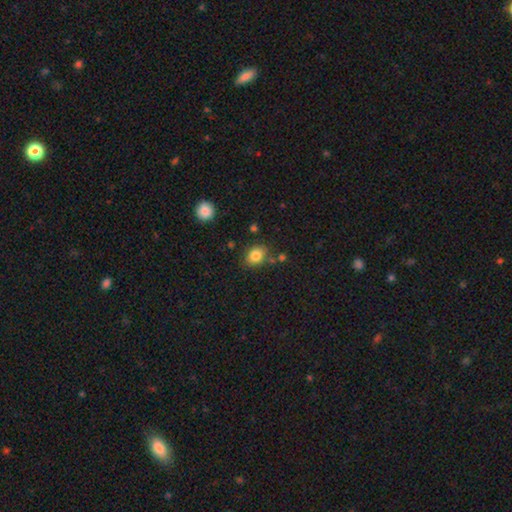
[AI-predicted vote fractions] smooth-or-featured: smooth: 83% | star or artifact: 10% | featured or disk: 7%
  how-rounded: in between: 60% | round: 39% | cigar-shaped: 1%
  merging: none: 76% | minor disturbance: 14% | merger: 6% | major disturbance: 4%